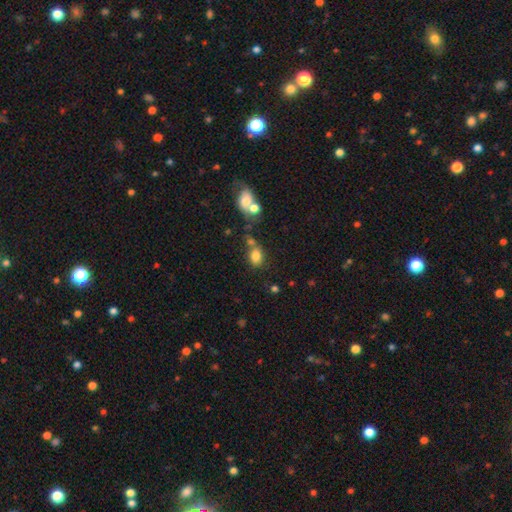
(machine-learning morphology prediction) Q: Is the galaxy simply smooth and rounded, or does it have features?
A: smooth — 80%.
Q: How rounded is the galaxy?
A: in between — 65%.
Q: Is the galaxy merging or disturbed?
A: none — 53%.